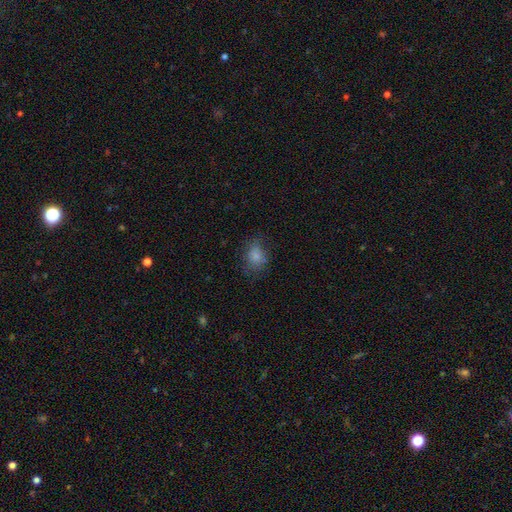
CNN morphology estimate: Overall: smooth (79%). How rounded: in between (53%; round 46%). Merging: none (65%).